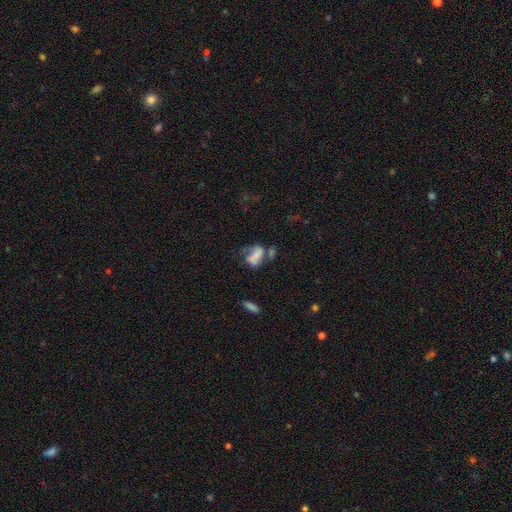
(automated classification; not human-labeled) smooth 61%, featured or disk 27%, star or artifact 12%. Down the decision tree: how rounded — in between (84%); merging — major disturbance (27%).